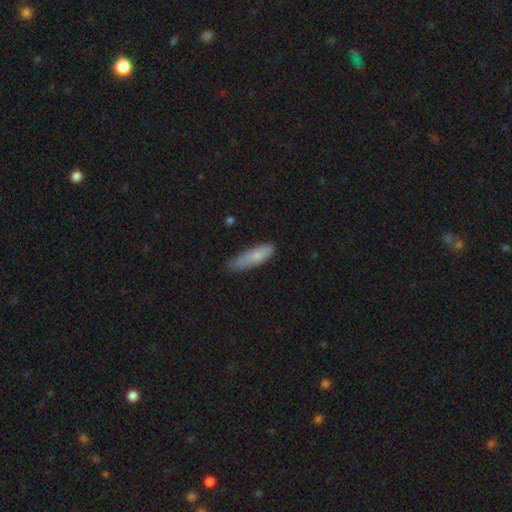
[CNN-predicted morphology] smooth 78%, featured or disk 16%, star or artifact 6%. Down the decision tree: how rounded — cigar-shaped (61%); merging — none (59%).